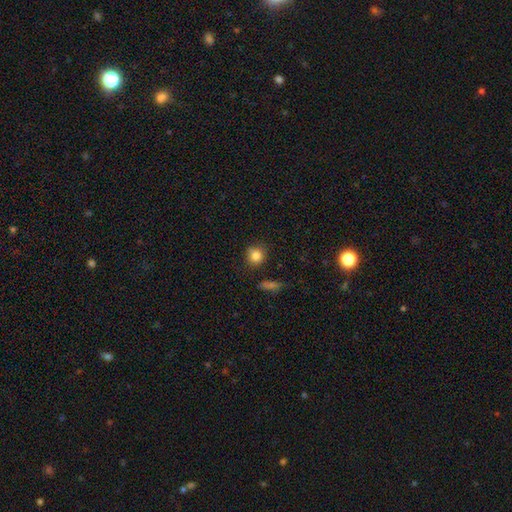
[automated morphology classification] This appears to be a smooth galaxy with no disk features (82%) that is round (84%). Merging: none (77%).